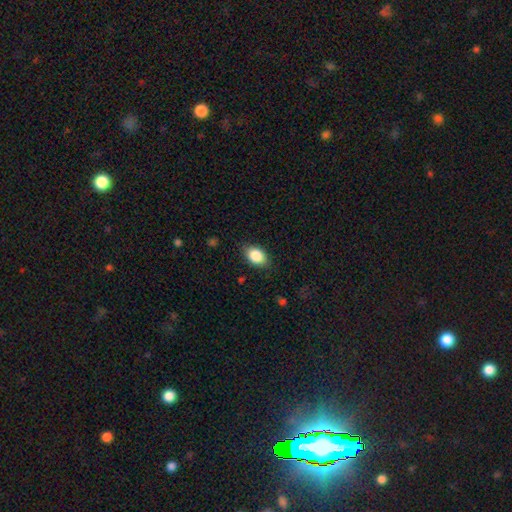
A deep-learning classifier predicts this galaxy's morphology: type=smooth (86%); roundness=in between (83%); merging=none (82%).